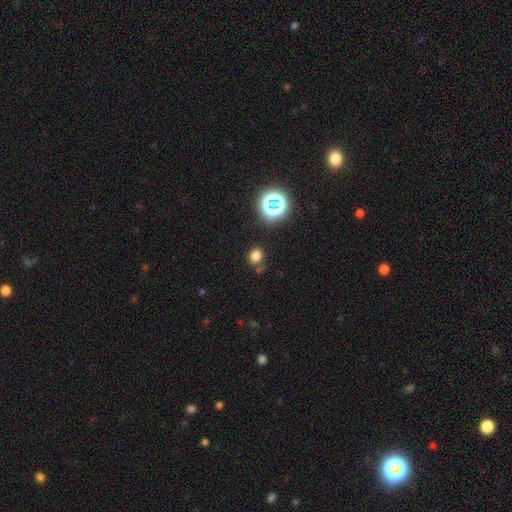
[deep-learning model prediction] Overall: smooth (73%). How rounded: round (57%; in between 41%). Merging: none (76%).